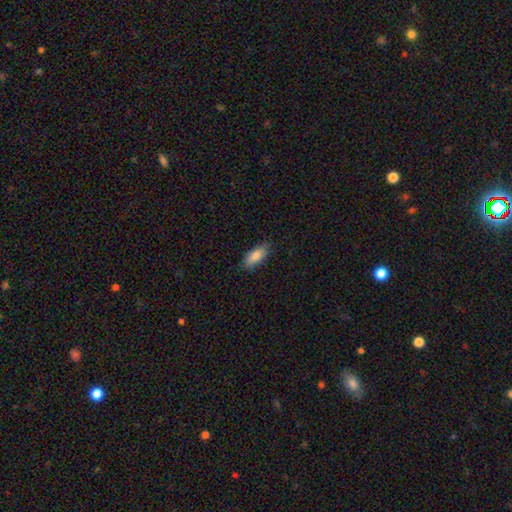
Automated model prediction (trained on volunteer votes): A smooth galaxy with no disk features (84%) that is in between round and cigar-shaped (80%).

Vote fractions:
- Smooth or featured? smooth: 84% / featured or disk: 9% / star or artifact: 7%
- How rounded? in between: 80% / cigar-shaped: 17% / round: 2%
- Merging? none: 83% / minor disturbance: 13% / major disturbance: 3% / merger: 1%